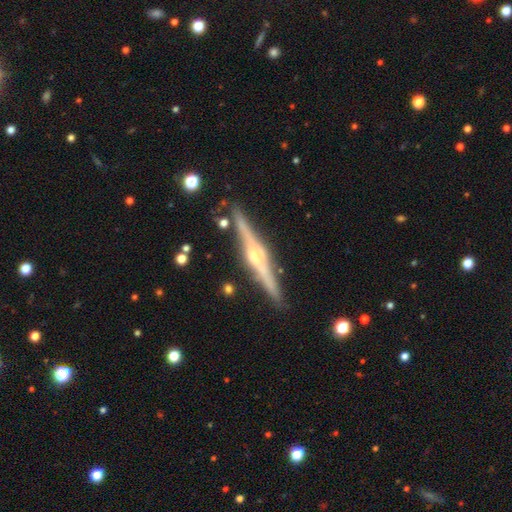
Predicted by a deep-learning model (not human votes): smooth-or-featured: featured or disk: 85% | smooth: 10% | star or artifact: 5%
  disk-edge-on: yes: 98% | no: 2%
    edge-on-bulge: rounded: 83% | boxy: 11% | none: 6%
  merging: none: 88% | minor disturbance: 8% | merger: 2% | major disturbance: 2%